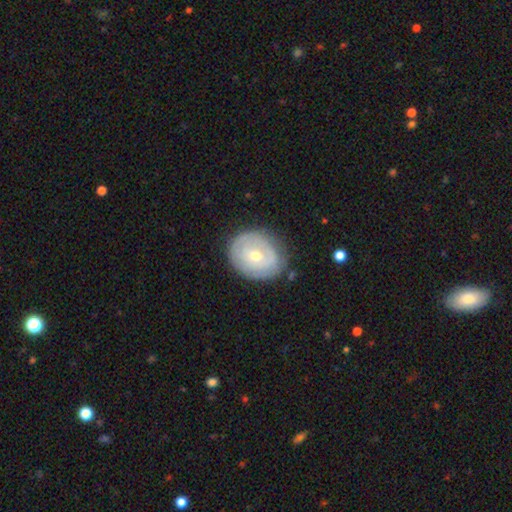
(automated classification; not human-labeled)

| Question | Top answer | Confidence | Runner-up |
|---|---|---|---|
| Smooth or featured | featured or disk | 56% | smooth (38%) |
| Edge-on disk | no | 96% | yes (4%) |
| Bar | no | 76% | weak (19%) |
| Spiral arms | no | 52% | yes (48%) |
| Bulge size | moderate | 50% | small (47%) |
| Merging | none | 77% | minor disturbance (17%) |